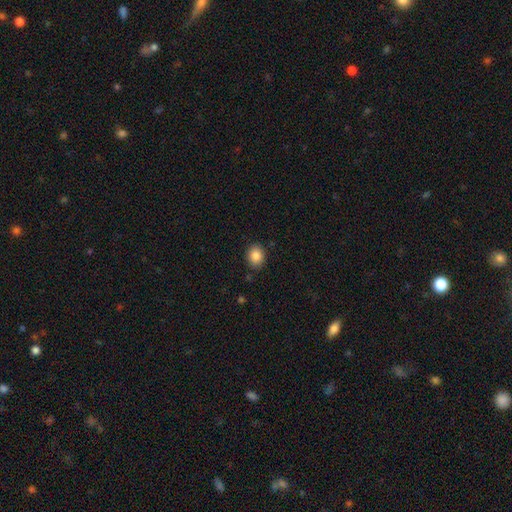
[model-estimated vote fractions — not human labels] Smooth or featured? Predicted: smooth (p=0.86). How rounded? Predicted: round (p=0.52). Merging? Predicted: none (p=0.87).